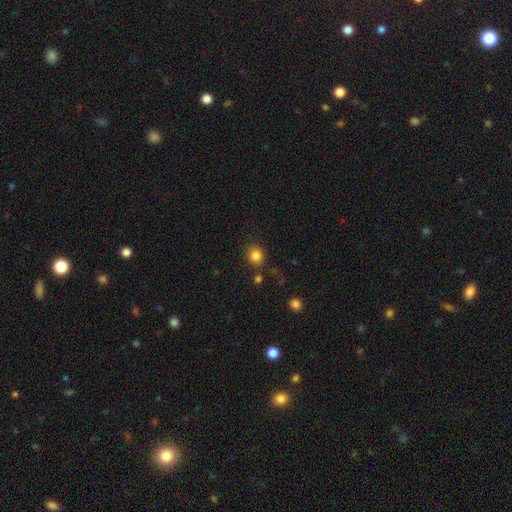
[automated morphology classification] This appears to be a smooth galaxy with no disk features (84%) that is round (84%). Merging: none (83%).